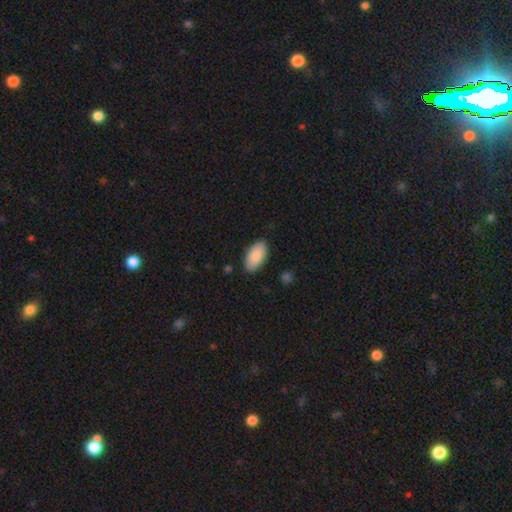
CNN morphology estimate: Smooth or featured? Predicted: smooth (p=0.86). How rounded? Predicted: in between (p=0.95). Merging? Predicted: none (p=0.85).